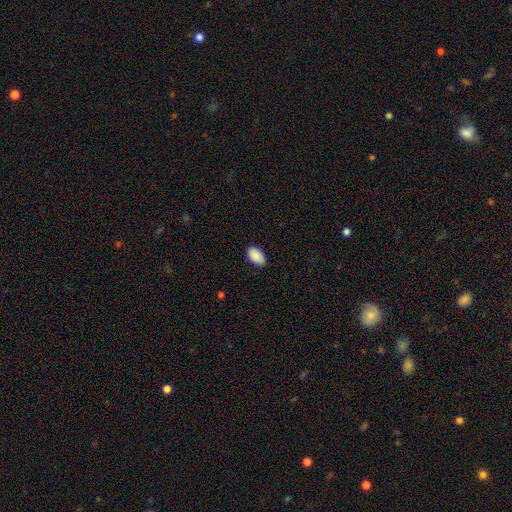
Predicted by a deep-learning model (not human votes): The model was most divided on "merging": none: 83%, minor disturbance: 14%, major disturbance: 2%, merger: 1%. More confident: how rounded — in between (95%); smooth or featured — smooth (90%).